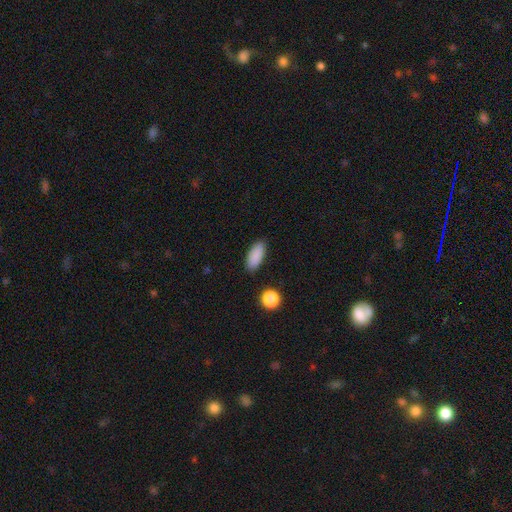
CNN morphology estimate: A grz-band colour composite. It shows a smooth galaxy with no disk features (88%) that is in between round and cigar-shaped (83%). Merging: none (86%).